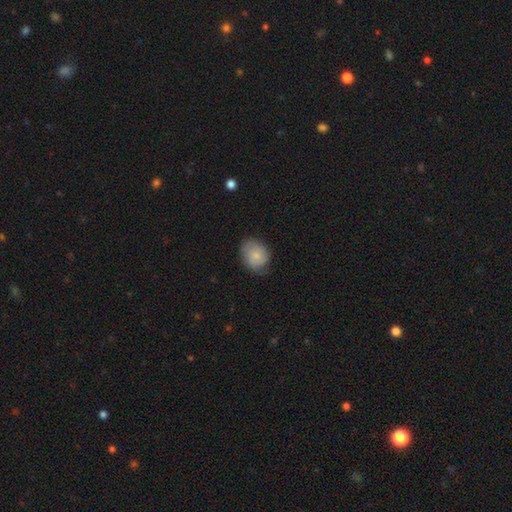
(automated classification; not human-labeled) smooth 73%, featured or disk 20%, star or artifact 7%. Down the decision tree: how rounded — round (55%); merging — none (64%).